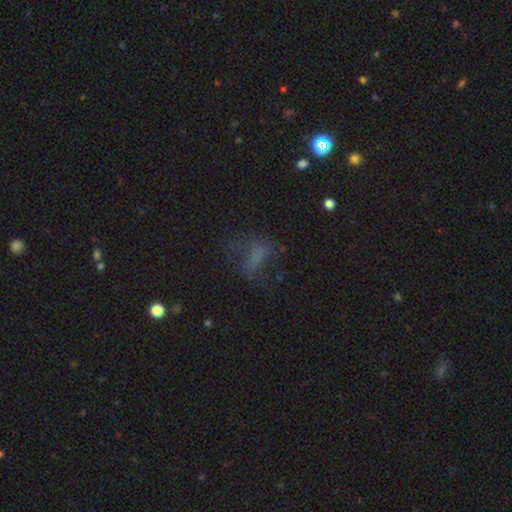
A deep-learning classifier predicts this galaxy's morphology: smooth_or_featured: smooth (p=0.49) [alt: star or artifact p=0.25]
merging: none (p=0.45) [alt: major disturbance p=0.32]